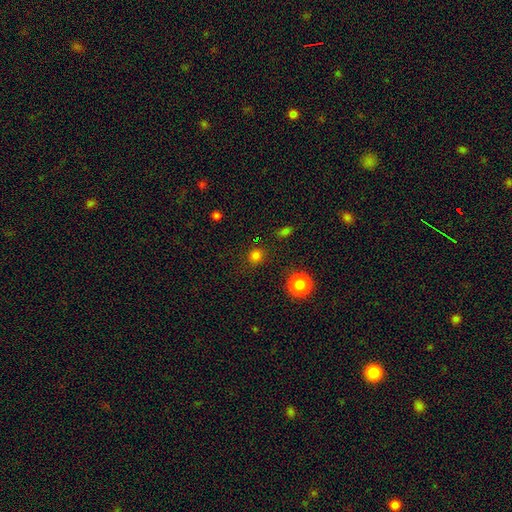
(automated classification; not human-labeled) Smooth or featured?
  - smooth: 78% *
  - star or artifact: 19%
  - featured or disk: 4%
How rounded?
  - round: 85% *
  - in between: 14%
  - cigar-shaped: 1%
Merging?
  - none: 86% *
  - minor disturbance: 9%
  - major disturbance: 3%
  - merger: 2%